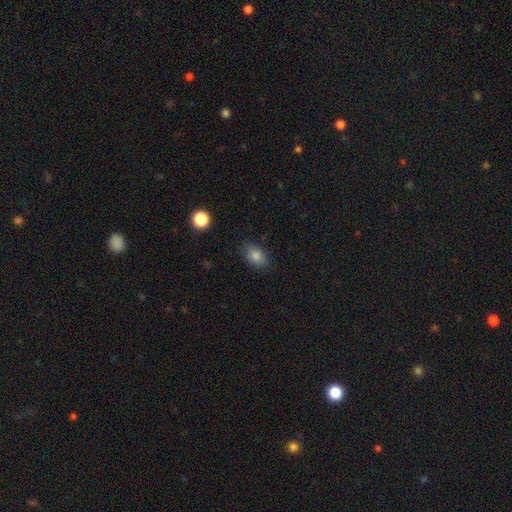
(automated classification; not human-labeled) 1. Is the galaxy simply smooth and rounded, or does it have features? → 83% smooth, 10% star or artifact, 7% featured or disk.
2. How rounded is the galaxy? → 84% in between, 14% round, 2% cigar-shaped.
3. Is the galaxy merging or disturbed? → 85% none, 11% minor disturbance, 3% major disturbance, 1% merger.